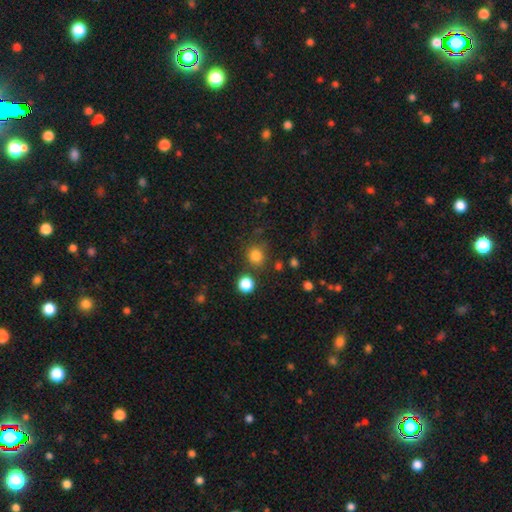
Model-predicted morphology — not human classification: type=smooth (82%); roundness=round (88%); merging=none (79%).